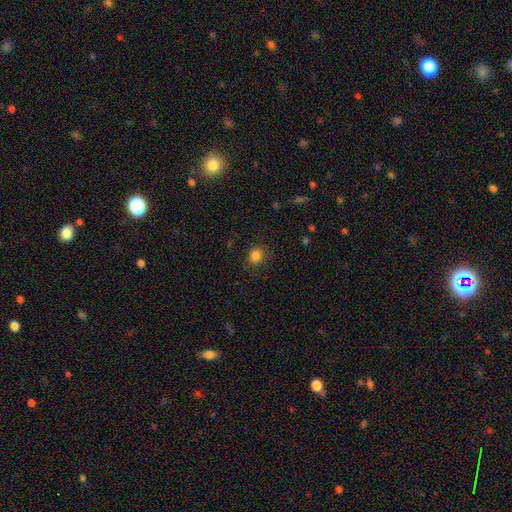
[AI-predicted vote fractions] smooth 83%, star or artifact 12%, featured or disk 4%. Down the decision tree: how rounded — round (78%); merging — none (87%).